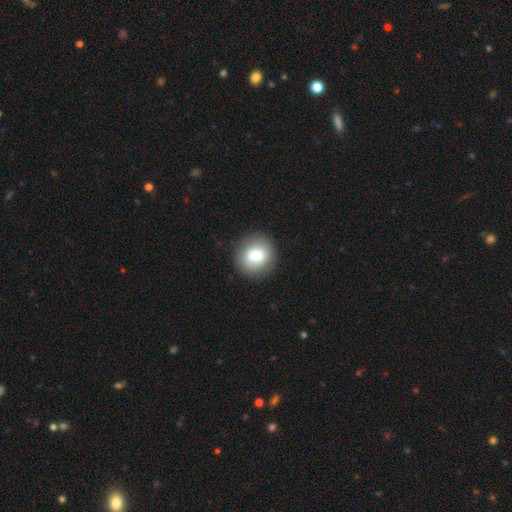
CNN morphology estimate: Smooth or featured?
  - smooth: 76% *
  - featured or disk: 15%
  - star or artifact: 8%
How rounded?
  - round: 88% *
  - in between: 11%
  - cigar-shaped: 1%
Merging?
  - none: 90% *
  - minor disturbance: 7%
  - major disturbance: 2%
  - merger: 1%